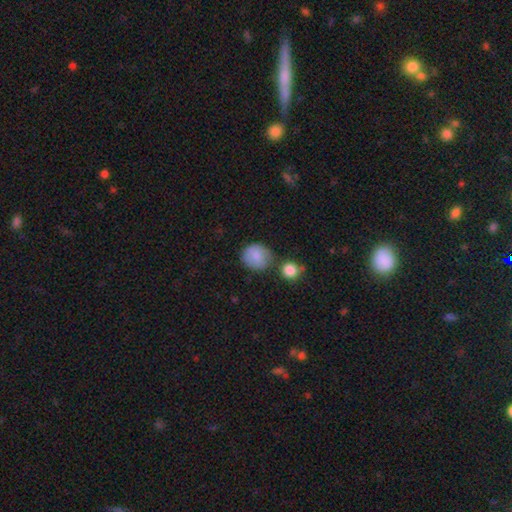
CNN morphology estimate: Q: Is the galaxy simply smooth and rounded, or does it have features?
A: smooth — 81%.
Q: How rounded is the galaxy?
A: round — 82%.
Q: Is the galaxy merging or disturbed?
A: none — 60%.